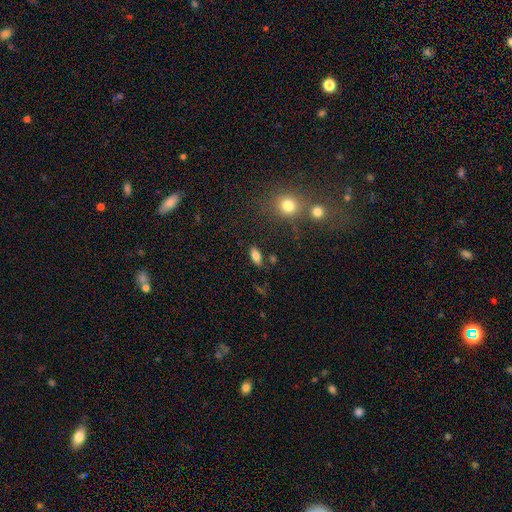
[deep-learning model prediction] Smooth or featured? smooth (81%)
How rounded? in between (87%)
Merging? none (82%)